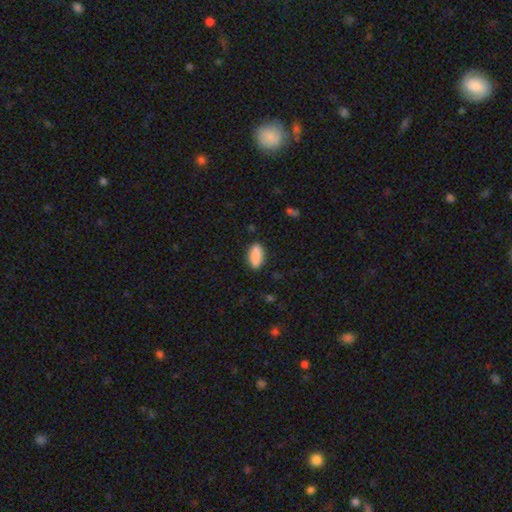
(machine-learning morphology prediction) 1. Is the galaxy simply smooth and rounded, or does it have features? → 88% smooth, 7% star or artifact, 5% featured or disk.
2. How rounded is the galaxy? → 81% in between, 16% cigar-shaped, 3% round.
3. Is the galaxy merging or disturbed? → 86% none, 10% minor disturbance, 2% major disturbance, 1% merger.